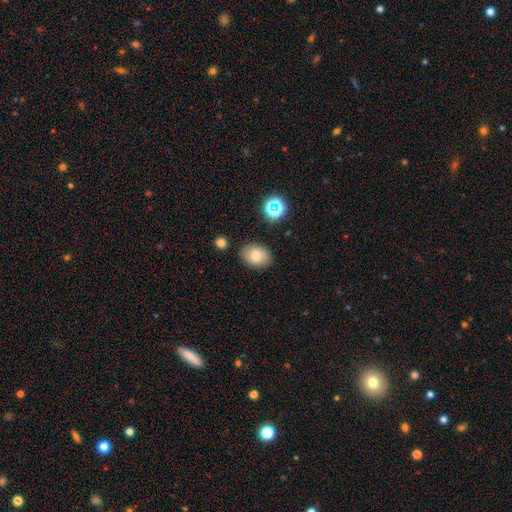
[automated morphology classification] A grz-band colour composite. It shows a smooth galaxy with no disk features (72%) that is in between round and cigar-shaped (68%). Merging: none (84%).